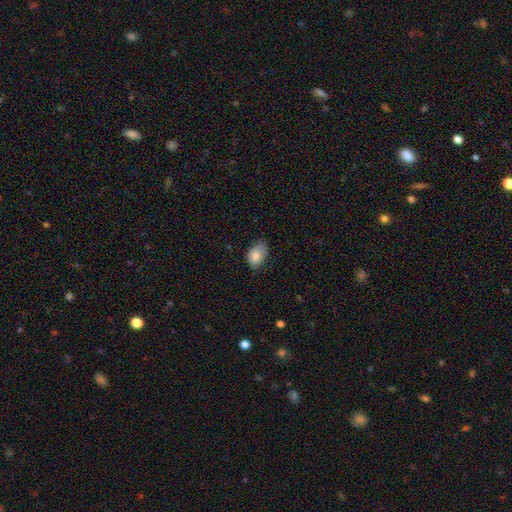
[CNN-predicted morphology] Smooth or featured? Predicted: smooth (p=0.82). How rounded? Predicted: in between (p=0.85). Merging? Predicted: none (p=0.54).